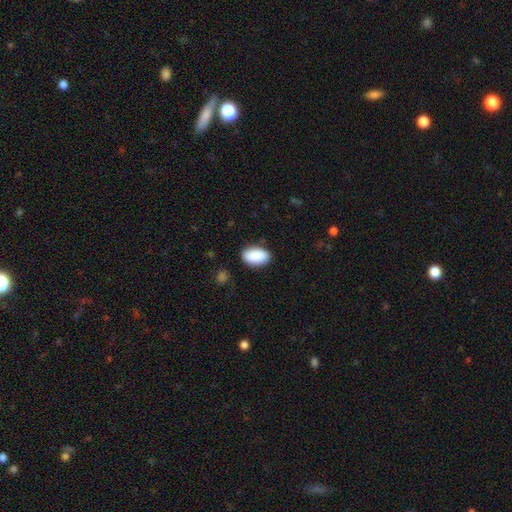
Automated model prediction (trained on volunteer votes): smooth_or_featured: smooth (p=0.90) [alt: star or artifact p=0.06]
how_rounded: in between (p=0.94) [alt: round p=0.05]
merging: none (p=0.86) [alt: minor disturbance p=0.10]